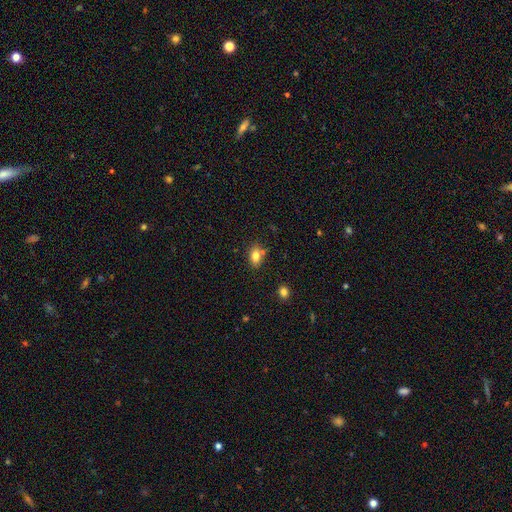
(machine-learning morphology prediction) Smooth or featured? Predicted: smooth (p=0.80). How rounded? Predicted: in between (p=0.78). Merging? Predicted: none (p=0.71).